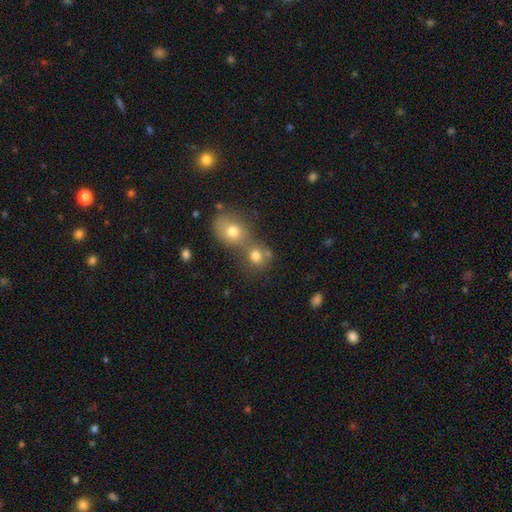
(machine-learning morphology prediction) Smooth or featured: smooth — 76% (star or artifact — 13%)
How rounded: round — 73% (in between — 26%)
Merging: merger — 55% (none — 35%)